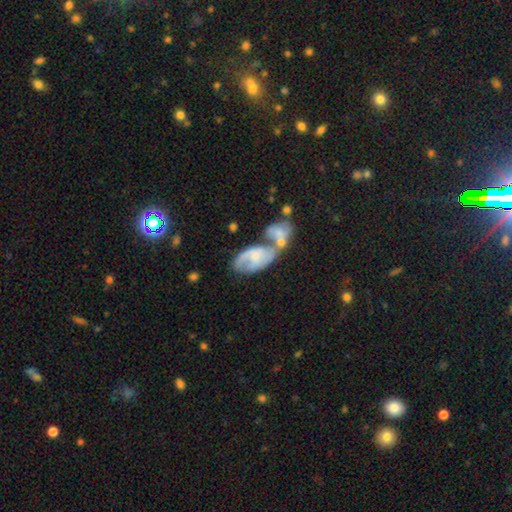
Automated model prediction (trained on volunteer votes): A featured or disk galaxy (63%) with no bar (54%), spiral arms (79%) and a small central bulge (42%).

Vote fractions:
- Smooth or featured? featured or disk: 63% / smooth: 28% / star or artifact: 9%
- Edge-on disk? no: 94% / yes: 6%
- Bar? no: 54% / weak: 35% / strong: 11%
- Spiral arms? yes: 79% / no: 21%
- Bulge size? small: 42% / none: 27% / moderate: 24% / large: 5% / dominant: 2%
- Merging? merger: 57% / none: 23% / minor disturbance: 12% / major disturbance: 9%